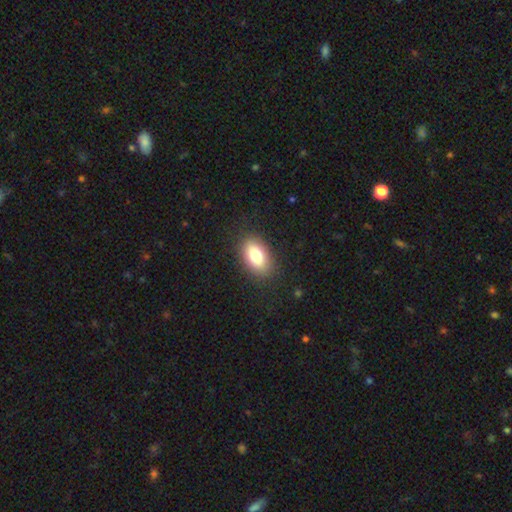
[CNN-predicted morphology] A smooth galaxy with no disk features (79%) that is in between round and cigar-shaped (89%). Merging: none (86%).